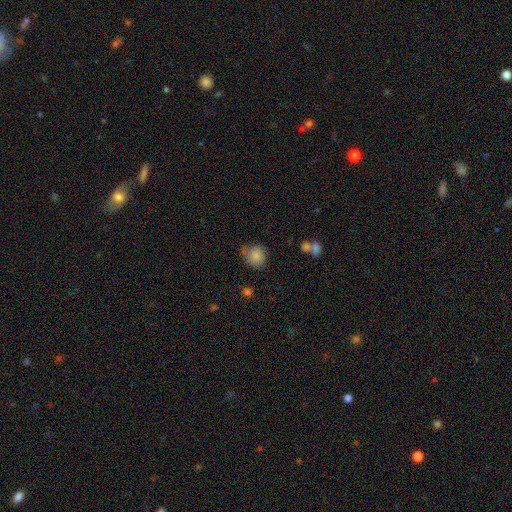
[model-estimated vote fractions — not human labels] A smooth galaxy with no disk features (82%) that is round (73%).

Vote fractions:
- Smooth or featured? smooth: 82% / featured or disk: 9% / star or artifact: 9%
- How rounded? round: 73% / in between: 26% / cigar-shaped: 1%
- Merging? none: 54% / minor disturbance: 32% / major disturbance: 10% / merger: 4%